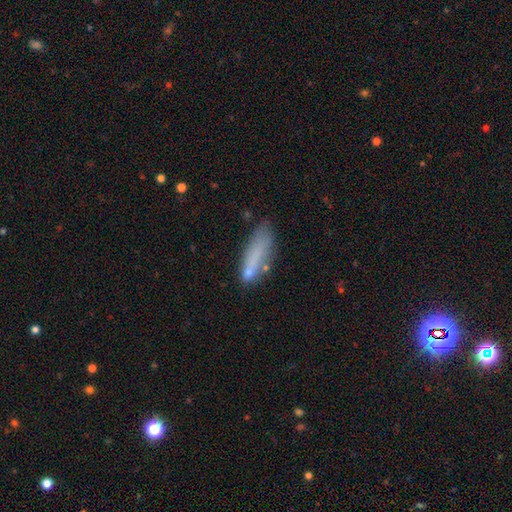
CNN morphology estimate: smooth_or_featured: smooth (p=0.67) [alt: featured or disk p=0.20]
how_rounded: cigar-shaped (p=0.72) [alt: in between p=0.26]
merging: none (p=0.63) [alt: minor disturbance p=0.21]